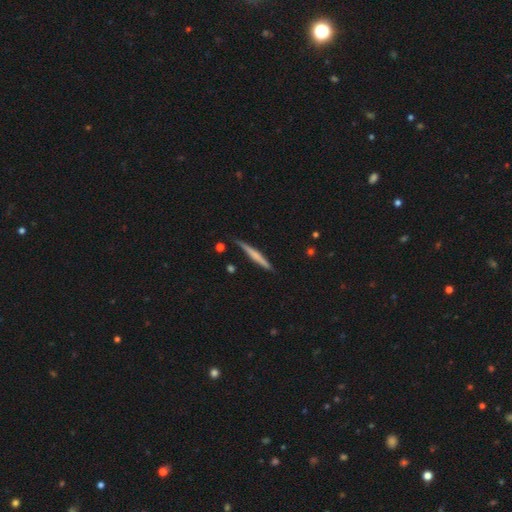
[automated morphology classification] A smooth galaxy with no disk features (49%).

Vote fractions:
- Smooth or featured? smooth: 49% / featured or disk: 46% / star or artifact: 6%
- Merging? none: 85% / minor disturbance: 11% / merger: 2% / major disturbance: 2%